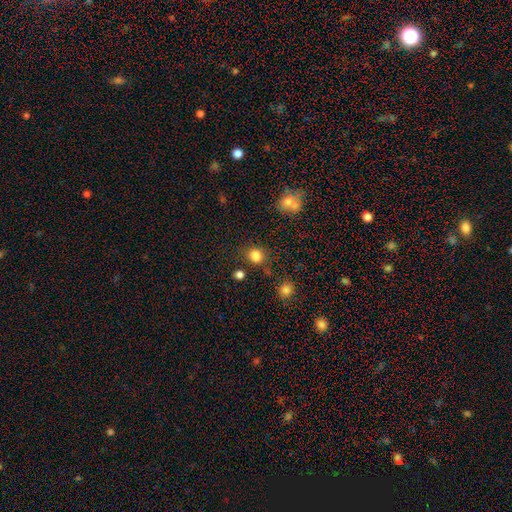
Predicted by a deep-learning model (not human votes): smooth_or_featured: smooth (p=0.81) [alt: star or artifact p=0.14]
how_rounded: round (p=0.74) [alt: in between p=0.25]
merging: none (p=0.74) [alt: minor disturbance p=0.13]